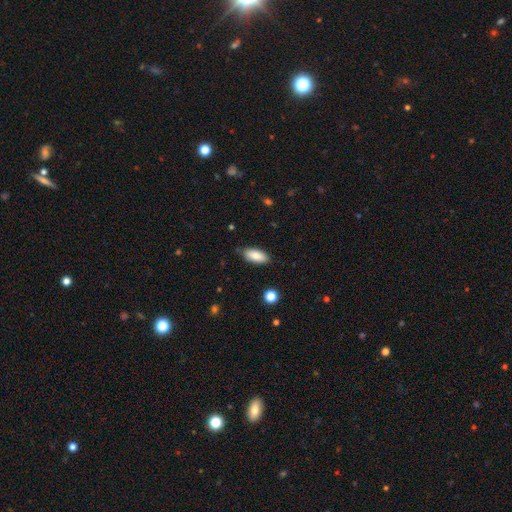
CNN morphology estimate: smooth-or-featured: smooth: 86% | featured or disk: 8% | star or artifact: 6%
  how-rounded: in between: 85% | cigar-shaped: 13% | round: 2%
  merging: none: 85% | minor disturbance: 11% | major disturbance: 2% | merger: 1%